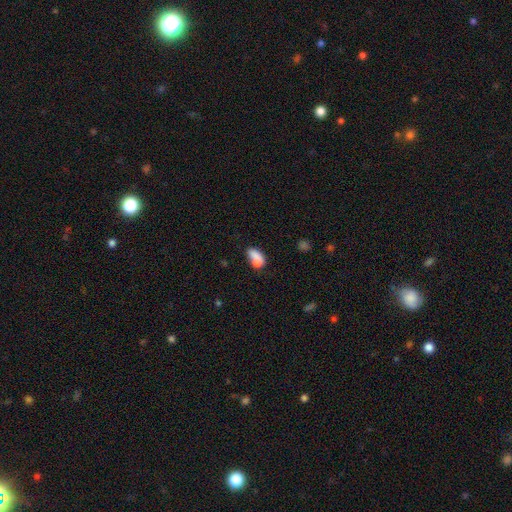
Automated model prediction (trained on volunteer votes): smooth_or_featured: smooth (p=0.73) [alt: featured or disk p=0.17]
how_rounded: in between (p=0.83) [alt: round p=0.14]
merging: merger (p=0.45) [alt: none p=0.28]